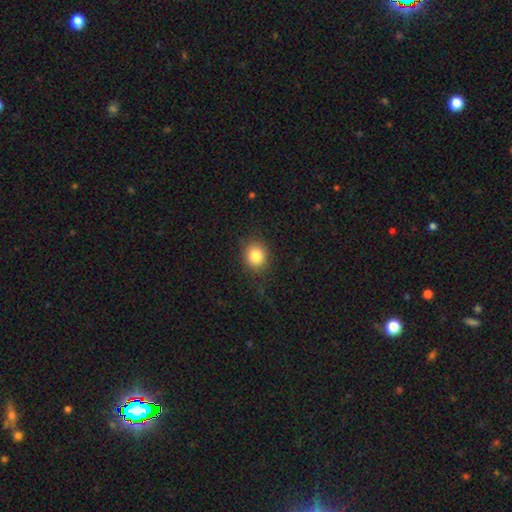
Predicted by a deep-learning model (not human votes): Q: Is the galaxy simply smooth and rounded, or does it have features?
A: smooth — 83%.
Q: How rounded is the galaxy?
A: round — 77%.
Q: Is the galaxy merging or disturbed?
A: none — 85%.